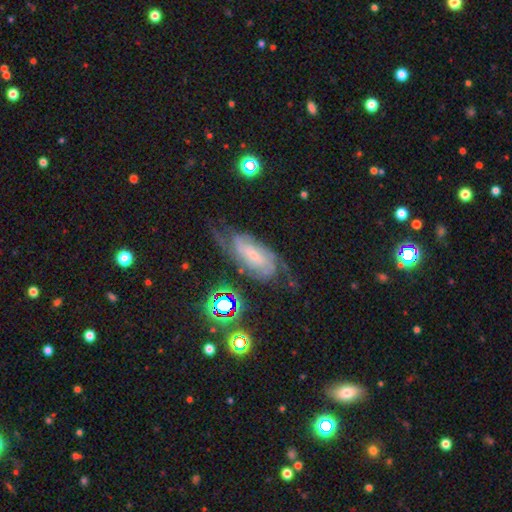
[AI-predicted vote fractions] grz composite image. It shows a featured or disk galaxy (77%) with no bar (47%), 2 (44%) tight (45%) spiral arms (94%) and a small central bulge (65%). Merging: none (58%).